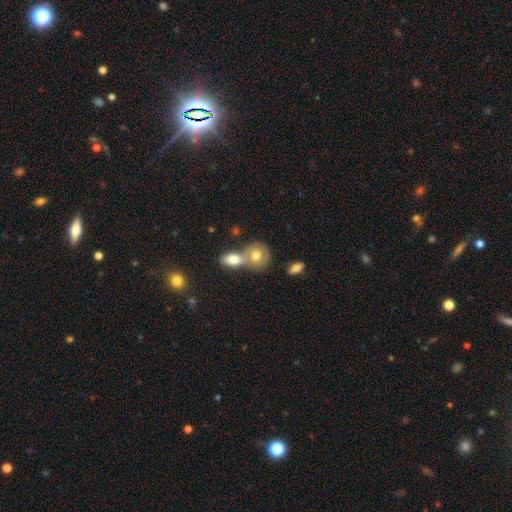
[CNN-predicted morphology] A star or artifact, not a galaxy (47%).

Vote fractions:
- Smooth or featured? star or artifact: 47% / smooth: 39% / featured or disk: 13%